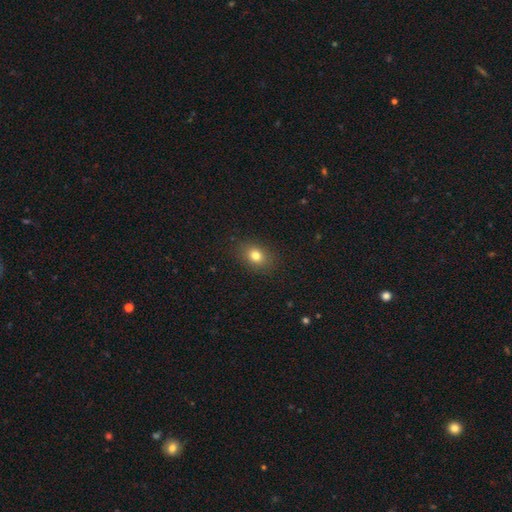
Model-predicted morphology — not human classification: type=smooth (79%); roundness=in between (62%); merging=none (87%).